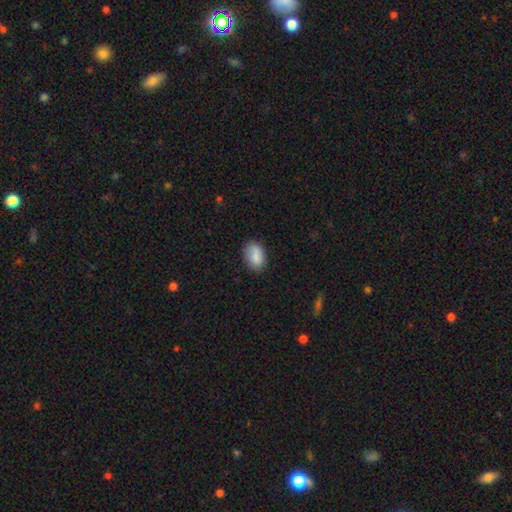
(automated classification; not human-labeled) Overall: smooth (85%). How rounded: in between (87%). Merging: none (78%).